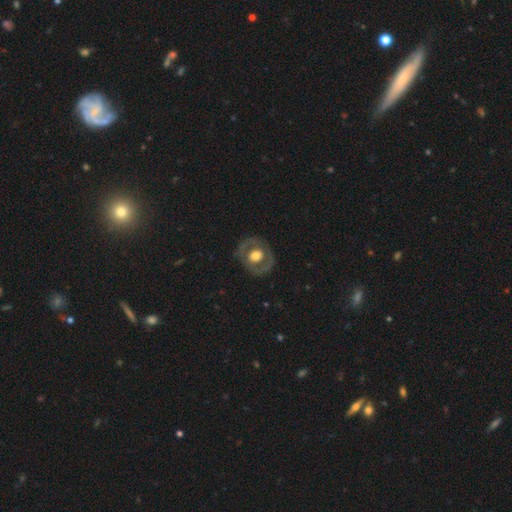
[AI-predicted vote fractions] Smooth or featured? featured or disk (56%)
Edge-on disk? no (95%)
Bar? no (81%)
Spiral arms? no (80%)
Bulge size? moderate (47%)
Merging? none (80%)